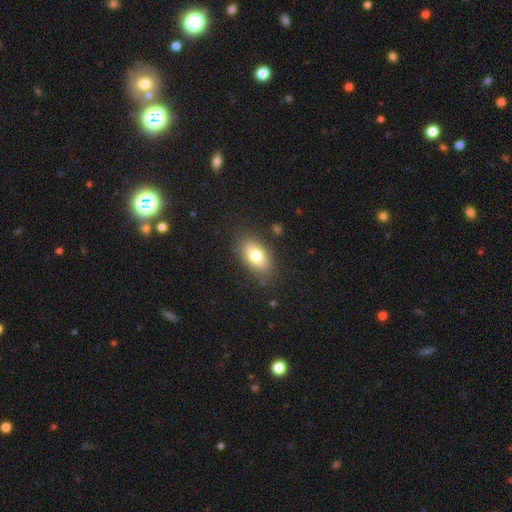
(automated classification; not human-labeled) The model was most divided on "smooth or featured": smooth: 77%, featured or disk: 13%, star or artifact: 10%. More confident: how rounded — in between (89%); merging — none (86%).